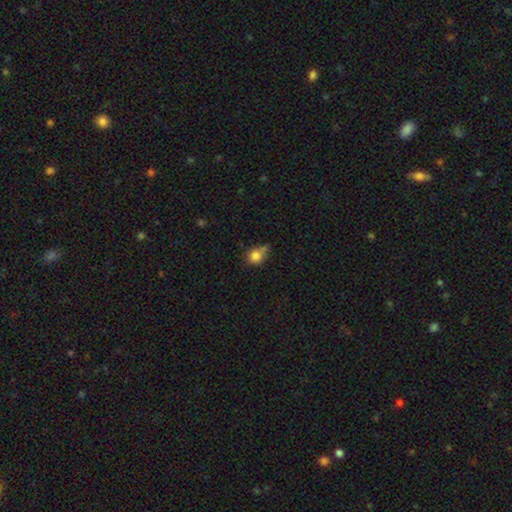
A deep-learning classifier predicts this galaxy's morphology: smooth-or-featured: smooth: 81% | star or artifact: 11% | featured or disk: 8%
  how-rounded: round: 71% | in between: 28% | cigar-shaped: 2%
  merging: none: 40% | minor disturbance: 31% | merger: 18% | major disturbance: 11%